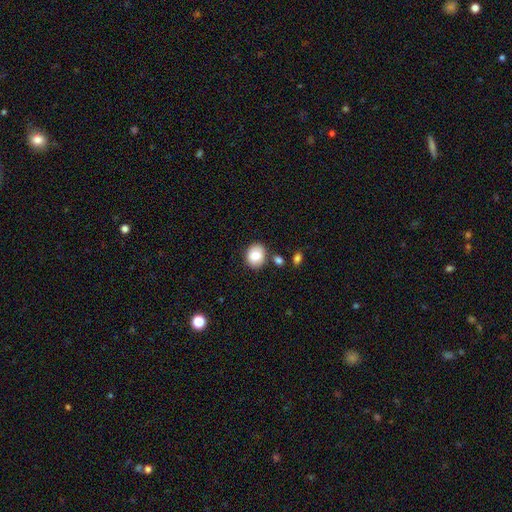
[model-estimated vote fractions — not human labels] Morphology: type=smooth (83%); roundness=round (60%); merging=none (77%).